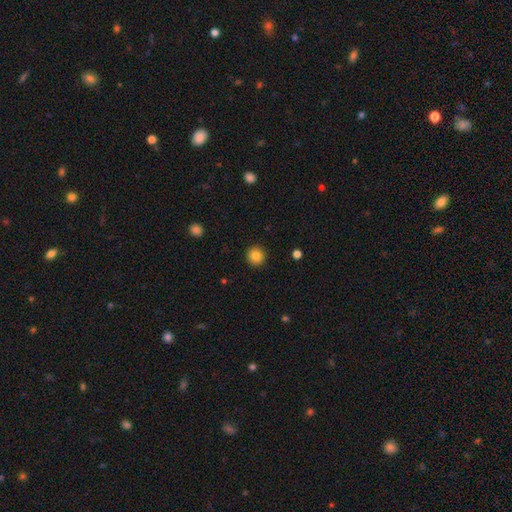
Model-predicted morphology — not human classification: smooth 85%, star or artifact 10%, featured or disk 5%. Down the decision tree: how rounded — round (94%); merging — none (92%).